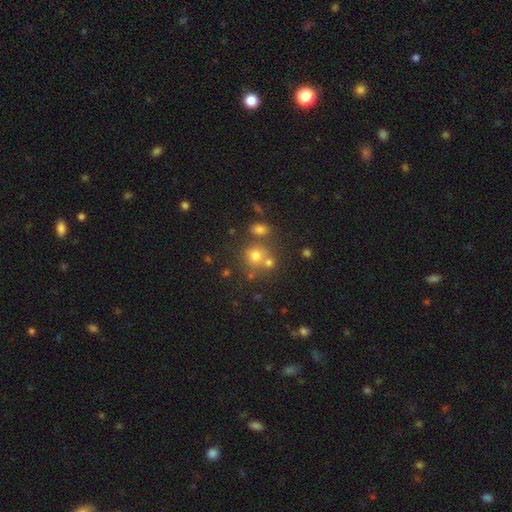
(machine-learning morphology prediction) Q: Smooth or featured?
A: smooth (69%); runner-up: star or artifact (18%)
Q: How rounded?
A: round (84%); runner-up: in between (15%)
Q: Merging?
A: none (58%); runner-up: merger (27%)